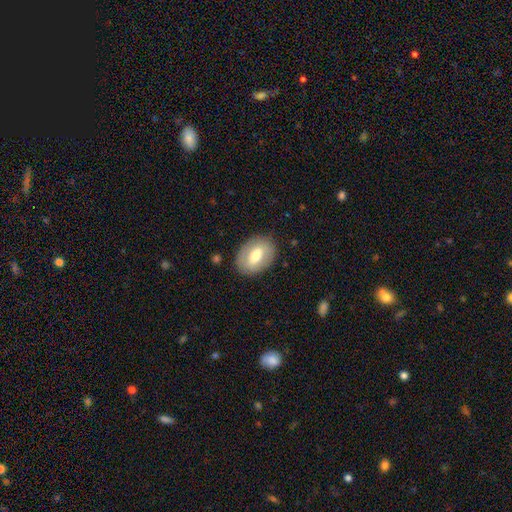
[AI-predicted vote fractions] A smooth galaxy with no disk features (61%) that is in between round and cigar-shaped (81%). Merging: none (84%).